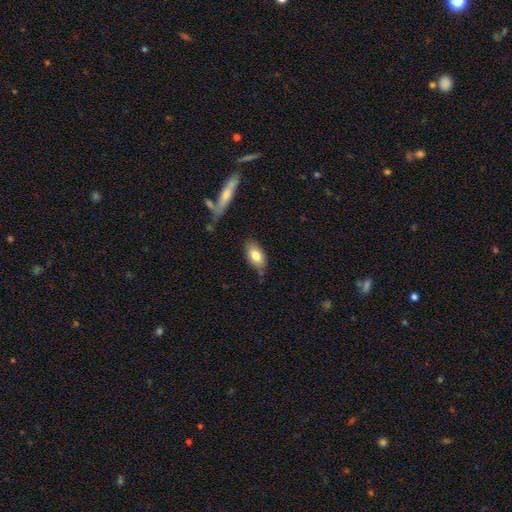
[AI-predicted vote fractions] Overall: smooth (79%). How rounded: in between (91%). Merging: none (75%).